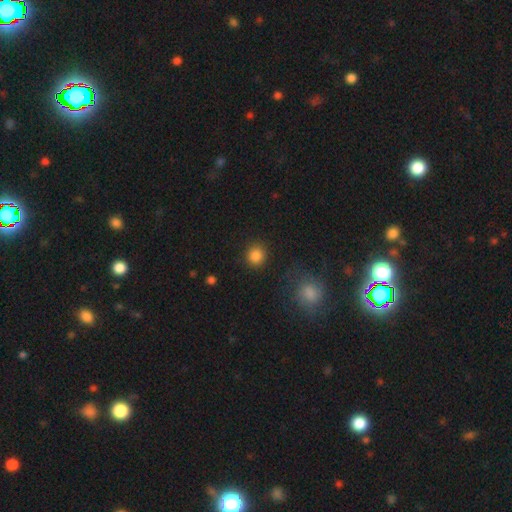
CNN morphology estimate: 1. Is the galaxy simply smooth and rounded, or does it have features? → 86% smooth, 10% star or artifact, 4% featured or disk.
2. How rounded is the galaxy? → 90% round, 9% in between, 1% cigar-shaped.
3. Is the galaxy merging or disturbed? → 88% none, 7% minor disturbance, 3% major disturbance, 2% merger.